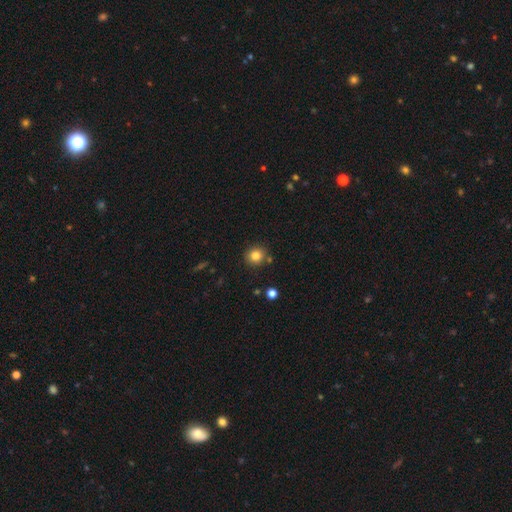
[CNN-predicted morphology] smooth-or-featured: smooth: 82% | star or artifact: 12% | featured or disk: 6%
  how-rounded: round: 90% | in between: 9% | cigar-shaped: 1%
  merging: none: 85% | minor disturbance: 8% | merger: 5% | major disturbance: 2%